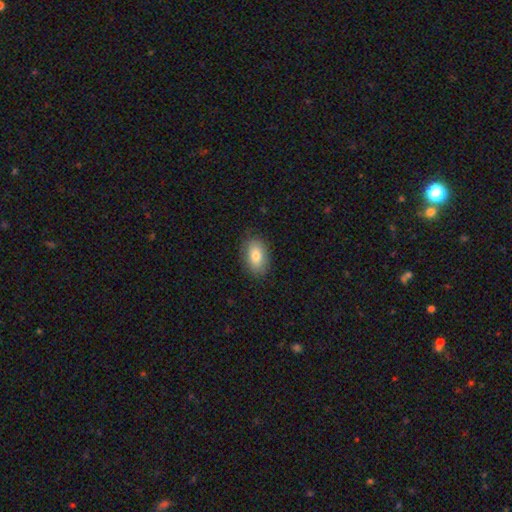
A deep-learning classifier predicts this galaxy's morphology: The model was most divided on "smooth or featured": smooth: 80%, featured or disk: 13%, star or artifact: 7%. More confident: how rounded — in between (89%); merging — none (85%).